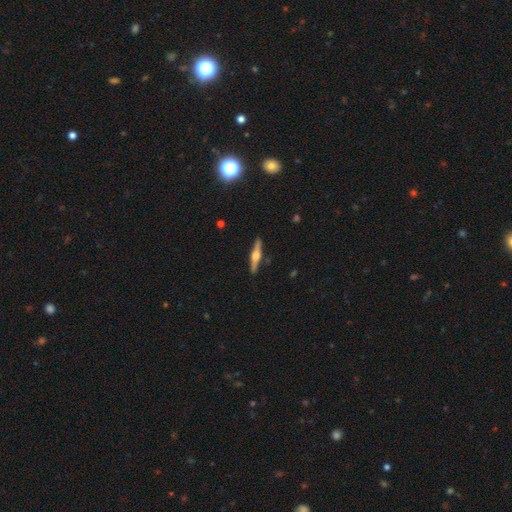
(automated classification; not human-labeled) smooth-or-featured: featured or disk: 72% | smooth: 23% | star or artifact: 5%
  disk-edge-on: yes: 98% | no: 2%
    edge-on-bulge: rounded: 93% | boxy: 5% | none: 2%
  merging: none: 90% | minor disturbance: 7% | major disturbance: 1% | merger: 1%